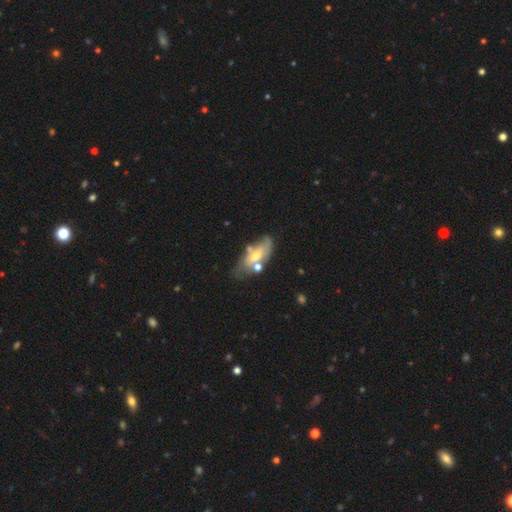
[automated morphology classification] This appears to be a featured or disk galaxy (50%). Merging: none (43%).